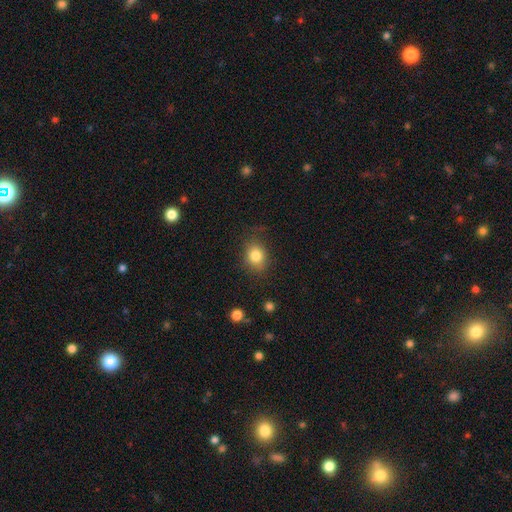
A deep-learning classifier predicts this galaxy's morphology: Smooth or featured?
  - smooth: 82% *
  - star or artifact: 11%
  - featured or disk: 8%
How rounded?
  - round: 53% *
  - in between: 46%
  - cigar-shaped: 1%
Merging?
  - none: 76% *
  - minor disturbance: 17%
  - major disturbance: 5%
  - merger: 2%